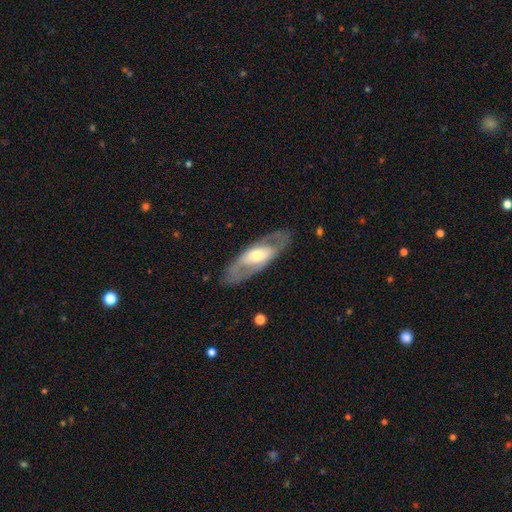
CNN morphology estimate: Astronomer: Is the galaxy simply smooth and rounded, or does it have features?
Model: featured or disk — 68%.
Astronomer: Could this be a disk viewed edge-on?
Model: no — 80%.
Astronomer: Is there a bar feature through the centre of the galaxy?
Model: no — 43% (runner-up: weak, 30%).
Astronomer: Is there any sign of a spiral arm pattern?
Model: no — 54% (runner-up: yes, 46%).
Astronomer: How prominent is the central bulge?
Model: moderate — 57%.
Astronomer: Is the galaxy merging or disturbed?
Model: none — 80%.